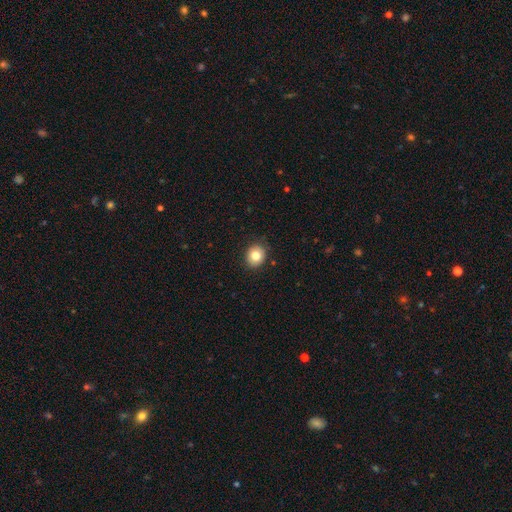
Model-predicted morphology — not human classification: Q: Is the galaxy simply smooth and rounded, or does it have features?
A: smooth — 81%.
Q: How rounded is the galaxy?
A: round — 73%.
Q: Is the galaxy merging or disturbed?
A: none — 88%.